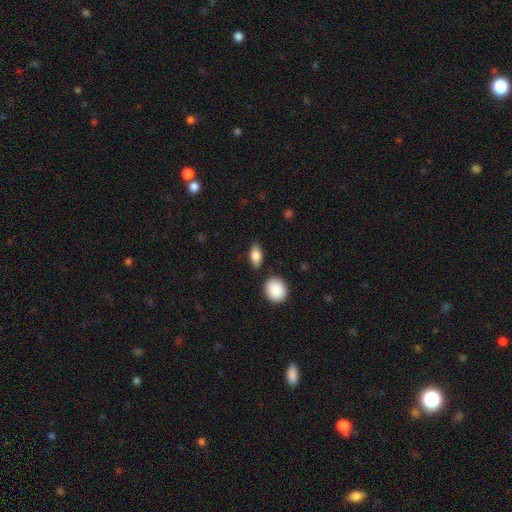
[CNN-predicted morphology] Overall: smooth (81%). How rounded: in between (83%). Merging: none (81%).